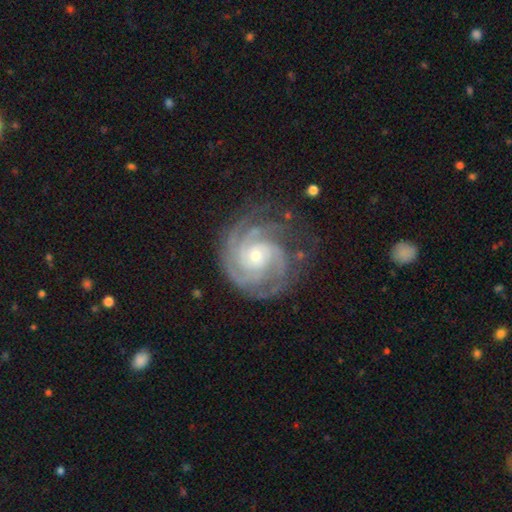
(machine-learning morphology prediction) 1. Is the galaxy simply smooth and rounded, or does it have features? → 91% featured or disk, 5% star or artifact, 4% smooth.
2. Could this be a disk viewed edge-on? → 98% no, 2% yes.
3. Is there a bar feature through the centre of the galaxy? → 72% no, 22% weak, 6% strong.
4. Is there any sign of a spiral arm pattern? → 98% yes, 2% no.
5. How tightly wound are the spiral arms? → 73% tight, 24% medium, 3% loose.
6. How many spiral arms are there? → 34% 3, 22% 4, 16% 2, 15% can't tell, 7% more than 4, 6% 1.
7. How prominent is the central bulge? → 57% small, 39% moderate, 2% large, 1% none, 1% dominant.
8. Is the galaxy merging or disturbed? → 72% none, 18% minor disturbance, 8% major disturbance, 2% merger.